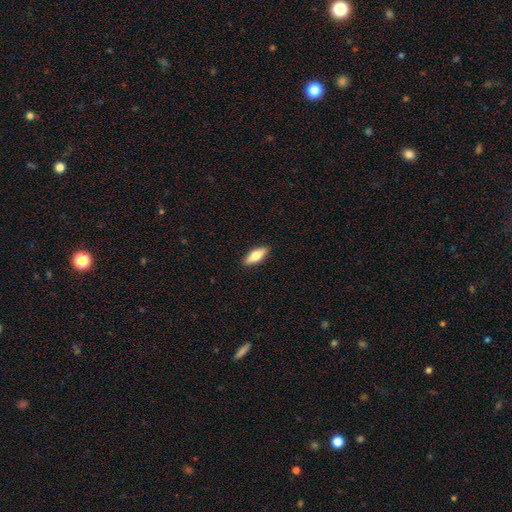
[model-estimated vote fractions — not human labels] Smooth or featured?
  - smooth: 64% *
  - featured or disk: 30%
  - star or artifact: 6%
How rounded?
  - in between: 62% *
  - cigar-shaped: 35%
  - round: 3%
Merging?
  - none: 89% *
  - minor disturbance: 8%
  - major disturbance: 2%
  - merger: 1%